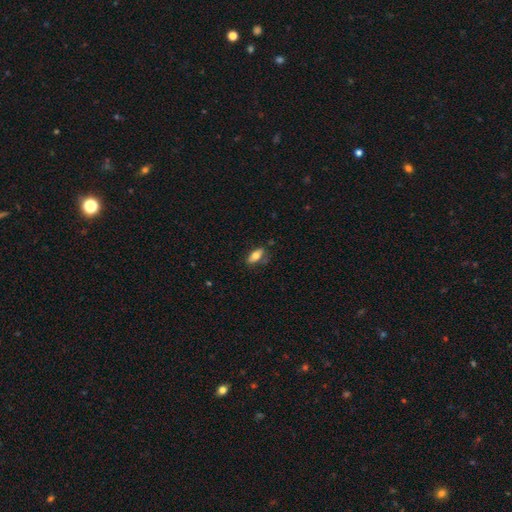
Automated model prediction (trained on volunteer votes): Smooth or featured? smooth (71%)
How rounded? in between (81%)
Merging? none (70%)